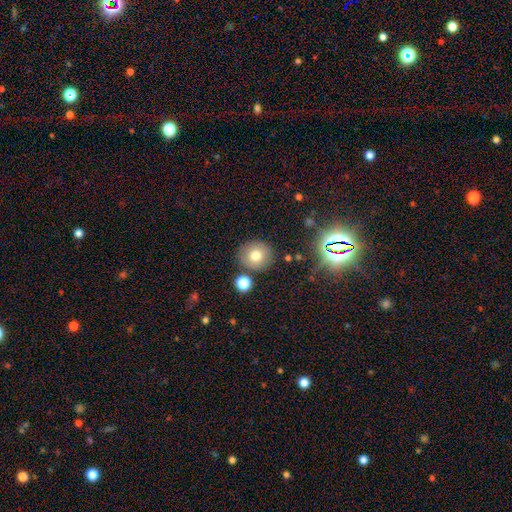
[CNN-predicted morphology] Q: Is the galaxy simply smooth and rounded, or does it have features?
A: smooth — 75%.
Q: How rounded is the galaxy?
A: round — 88%.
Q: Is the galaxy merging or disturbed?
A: none — 83%.